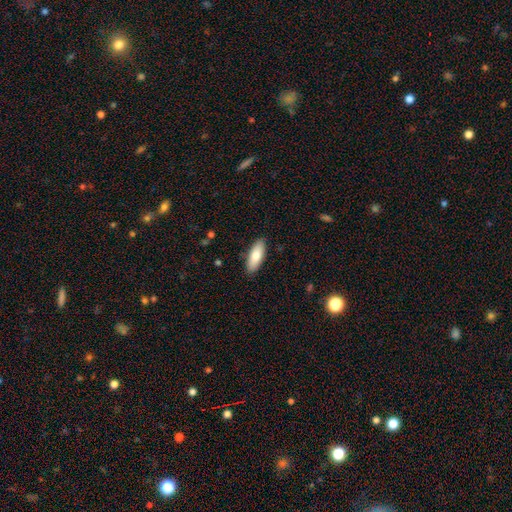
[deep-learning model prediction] Smooth or featured?
  - smooth: 77% *
  - featured or disk: 17%
  - star or artifact: 6%
How rounded?
  - in between: 70% *
  - cigar-shaped: 28%
  - round: 2%
Merging?
  - none: 89% *
  - minor disturbance: 8%
  - major disturbance: 2%
  - merger: 1%